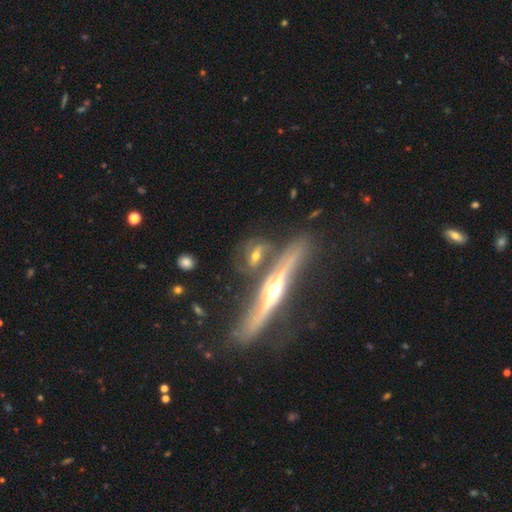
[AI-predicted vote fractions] smooth-or-featured: featured or disk: 74% | smooth: 17% | star or artifact: 9%
  disk-edge-on: yes: 57% | no: 43%
  merging: none: 55% | merger: 19% | minor disturbance: 17% | major disturbance: 9%